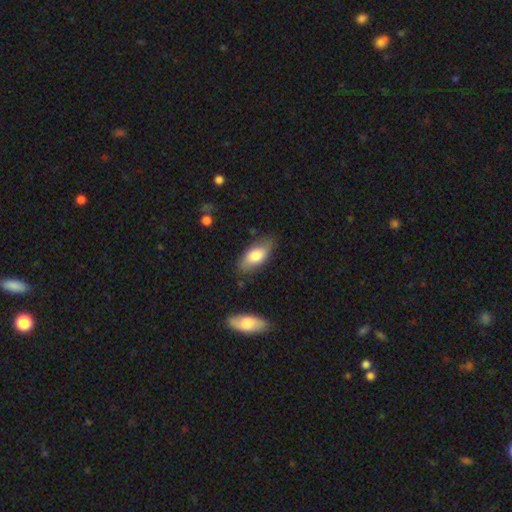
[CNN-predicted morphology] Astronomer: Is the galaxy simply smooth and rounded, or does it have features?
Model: smooth — 76%.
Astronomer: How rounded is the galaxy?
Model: in between — 88%.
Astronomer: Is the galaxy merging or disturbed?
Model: none — 76%.